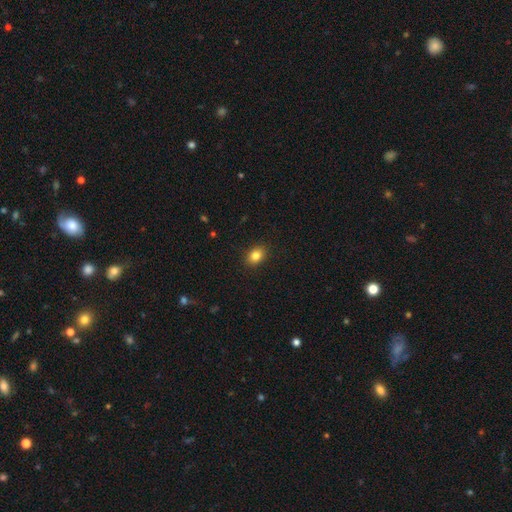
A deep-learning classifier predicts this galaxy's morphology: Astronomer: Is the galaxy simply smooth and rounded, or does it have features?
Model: smooth — 83%.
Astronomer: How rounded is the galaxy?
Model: in between — 62%.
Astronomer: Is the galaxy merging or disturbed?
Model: none — 89%.